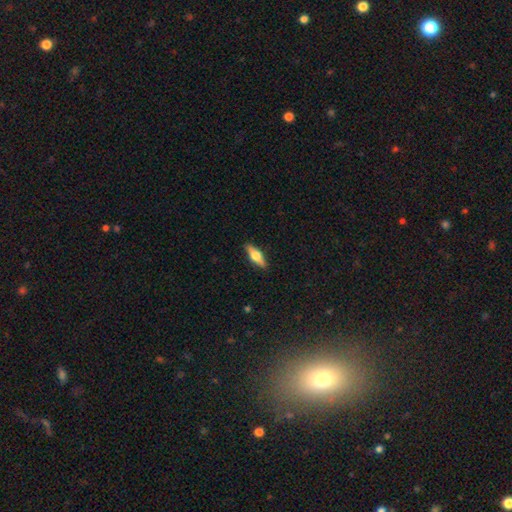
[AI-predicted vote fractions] This appears to be a featured or disk galaxy (53%) viewed edge-on (94%). Merging: none (88%).